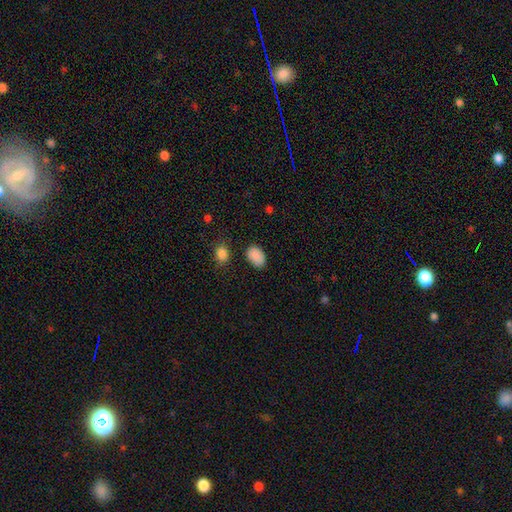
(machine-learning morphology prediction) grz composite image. It shows a smooth galaxy with no disk features (89%) that is in between round and cigar-shaped (86%). Merging: none (82%).